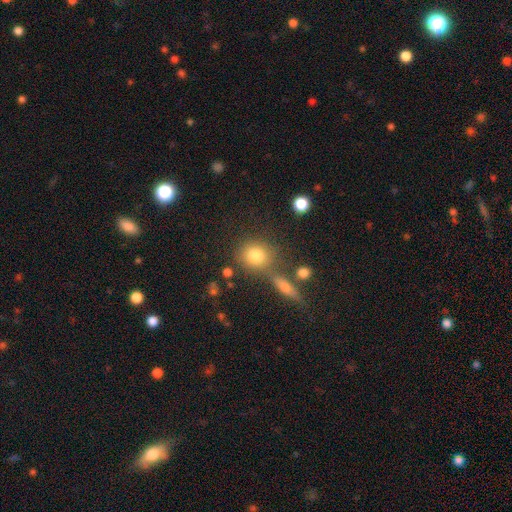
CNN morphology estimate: smooth-or-featured: smooth: 77% | star or artifact: 12% | featured or disk: 10%
  how-rounded: round: 76% | in between: 21% | cigar-shaped: 3%
  merging: none: 69% | merger: 15% | minor disturbance: 11% | major disturbance: 5%